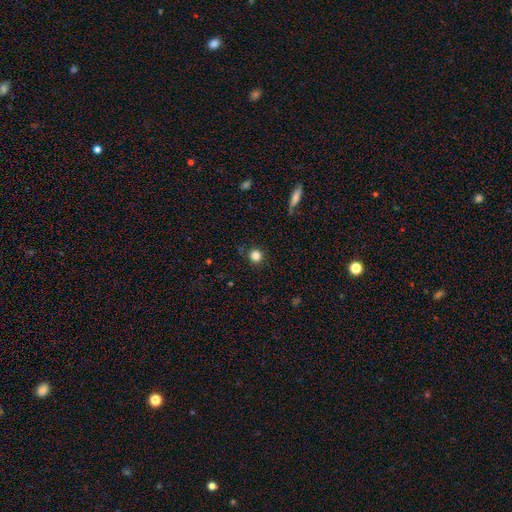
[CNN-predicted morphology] The model was most divided on "smooth or featured": smooth: 84%, star or artifact: 12%, featured or disk: 5%. More confident: how rounded — round (93%); merging — none (88%).